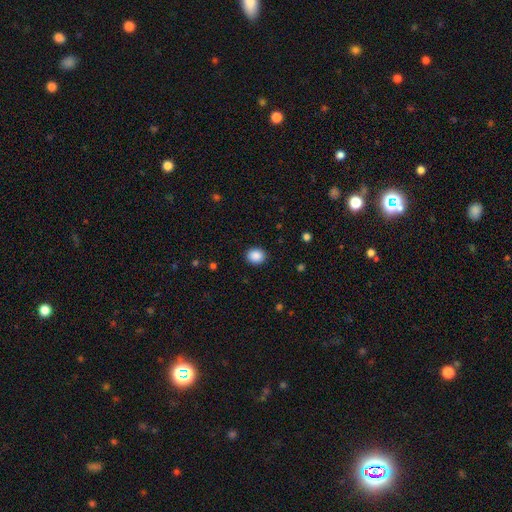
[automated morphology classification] This is clearly a smooth galaxy (88%). How rounded: likely round (72%). Merging: clearly none (90%).